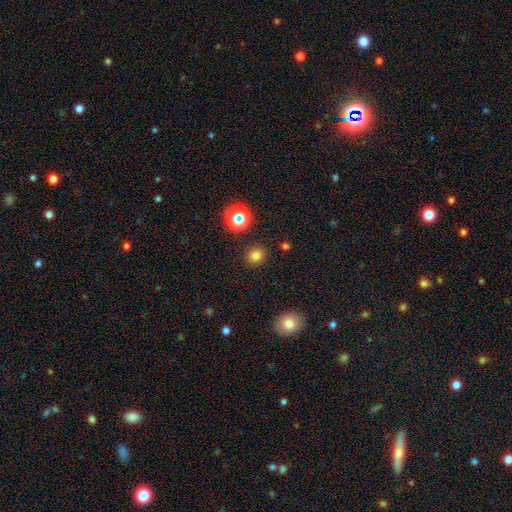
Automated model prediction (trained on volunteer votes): Overall: smooth (76%). How rounded: round (79%). Merging: none (88%).